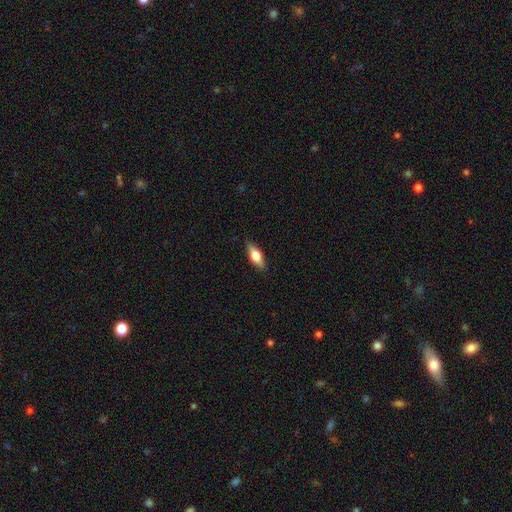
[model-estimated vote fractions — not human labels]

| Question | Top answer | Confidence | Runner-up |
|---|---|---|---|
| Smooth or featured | smooth | 63% | featured or disk (31%) |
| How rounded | in between | 65% | cigar-shaped (31%) |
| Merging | none | 88% | minor disturbance (9%) |